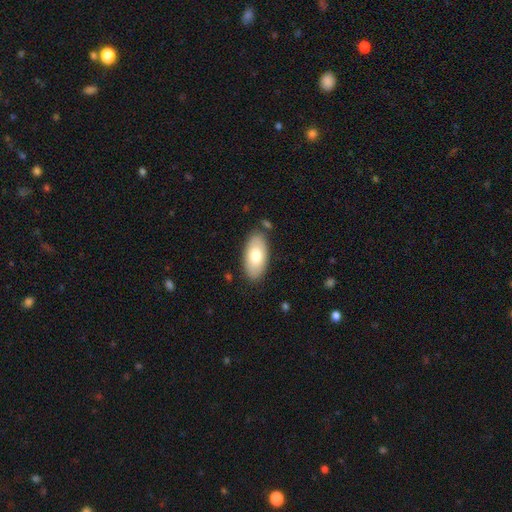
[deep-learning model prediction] This is likely a smooth galaxy (76%). How rounded: clearly in between (93%). Merging: clearly none (83%).